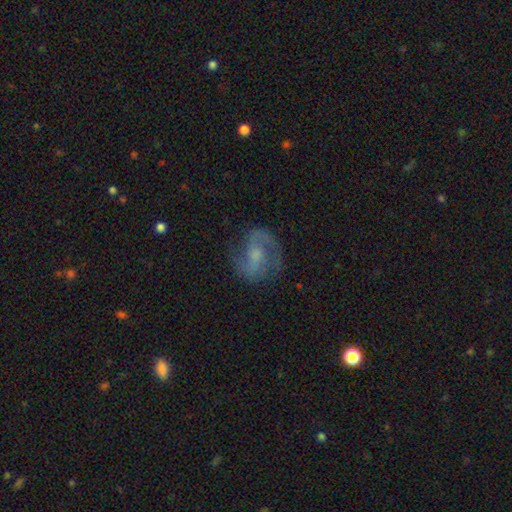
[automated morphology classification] This is likely a featured or disk galaxy (78%). It is clearly not viewed edge-on (97%). Bar: possibly weak (48%). Spiral arm pattern: clearly yes (94%). Spiral arm count: clearly 2 (87%). Spiral winding: possibly medium (54%). Central bulge: marginally moderate (36%). Merging: likely none (73%).